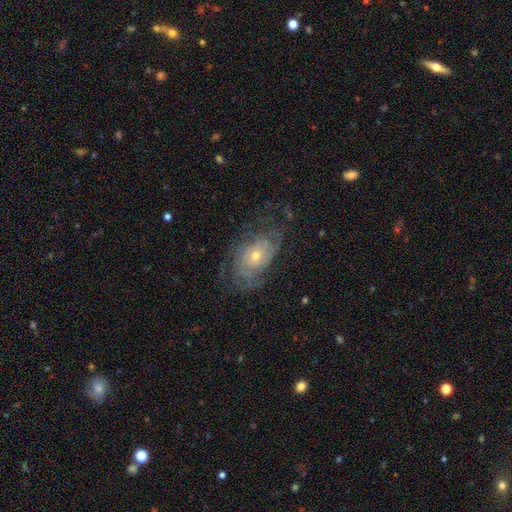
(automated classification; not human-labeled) This is likely a featured or disk galaxy (80%). It is clearly not viewed edge-on (95%). Bar: likely no (79%). Spiral arm pattern: clearly yes (88%). Spiral arm count: possibly can't tell (51%). Spiral winding: likely tight (65%). Central bulge: possibly small (50%). Merging: likely none (63%).